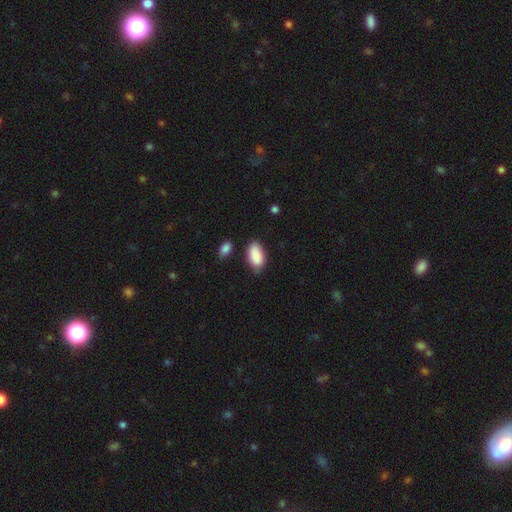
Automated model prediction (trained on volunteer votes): Smooth or featured: smooth — 89% (star or artifact — 6%)
How rounded: in between — 94% (round — 3%)
Merging: none — 71% (minor disturbance — 21%)